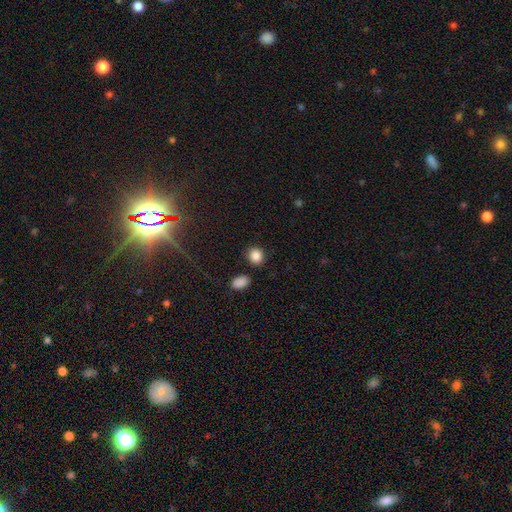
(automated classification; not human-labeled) Overall: smooth (86%). How rounded: round (79%). Merging: none (84%).